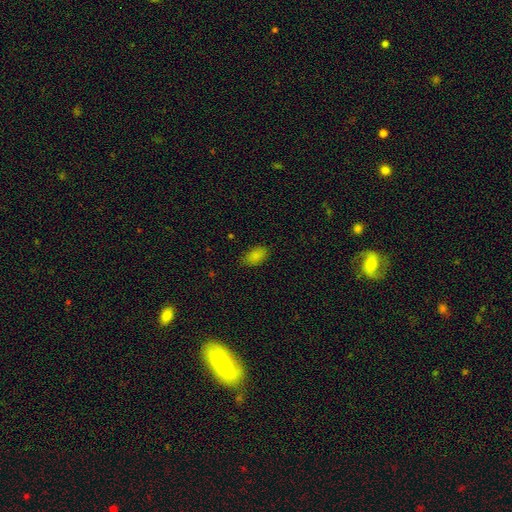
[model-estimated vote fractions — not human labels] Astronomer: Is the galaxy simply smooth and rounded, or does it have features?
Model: smooth — 85%.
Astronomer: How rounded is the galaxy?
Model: in between — 93%.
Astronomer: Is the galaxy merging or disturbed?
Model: none — 80%.